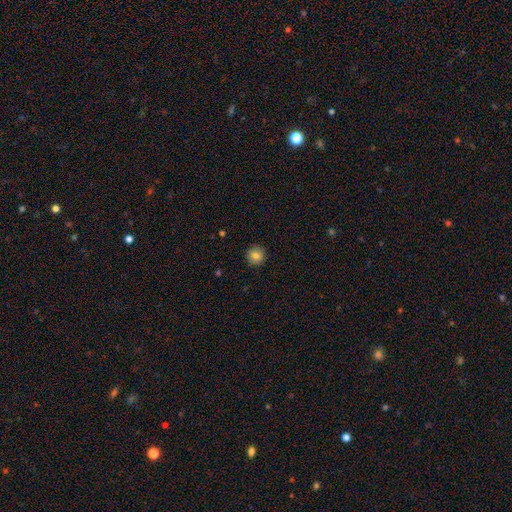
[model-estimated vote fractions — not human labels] A smooth galaxy with no disk features (82%) that is round (94%).

Vote fractions:
- Smooth or featured? smooth: 82% / star or artifact: 10% / featured or disk: 8%
- How rounded? round: 94% / in between: 5% / cigar-shaped: 1%
- Merging? none: 91% / minor disturbance: 6% / major disturbance: 2% / merger: 1%